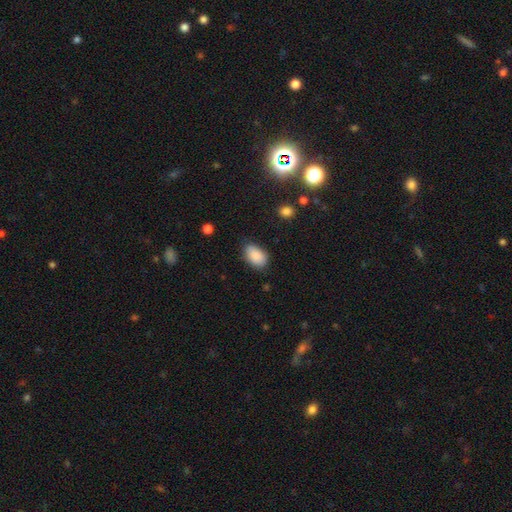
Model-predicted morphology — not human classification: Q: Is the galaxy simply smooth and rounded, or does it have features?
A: smooth — 88%.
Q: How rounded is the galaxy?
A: in between — 91%.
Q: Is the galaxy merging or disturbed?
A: none — 75%.